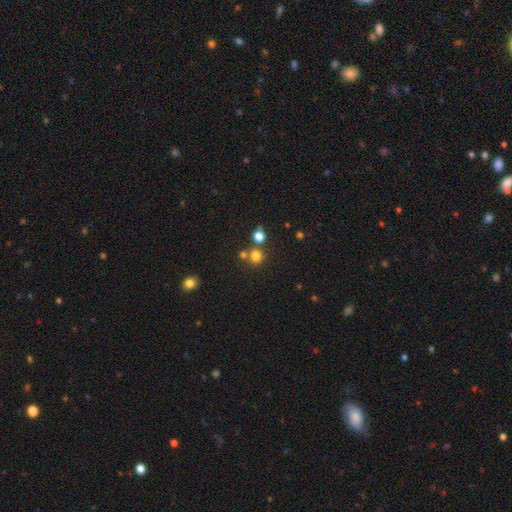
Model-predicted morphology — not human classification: smooth-or-featured: smooth: 74% | star or artifact: 19% | featured or disk: 7%
  how-rounded: round: 87% | in between: 12% | cigar-shaped: 1%
  merging: none: 67% | merger: 22% | minor disturbance: 8% | major disturbance: 3%